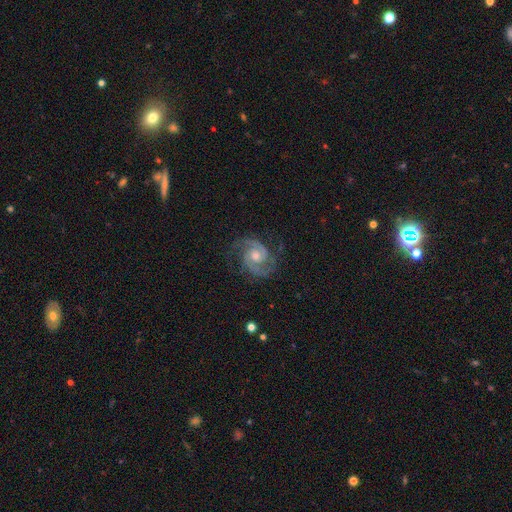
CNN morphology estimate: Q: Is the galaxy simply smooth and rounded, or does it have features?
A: featured or disk — 91%.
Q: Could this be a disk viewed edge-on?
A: no — 98%.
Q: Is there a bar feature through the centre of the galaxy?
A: no — 61%.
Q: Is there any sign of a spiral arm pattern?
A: yes — 98%.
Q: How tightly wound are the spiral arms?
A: medium — 51%.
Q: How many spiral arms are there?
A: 2 — 88%.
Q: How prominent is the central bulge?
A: moderate — 63%.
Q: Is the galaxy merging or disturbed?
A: none — 79%.